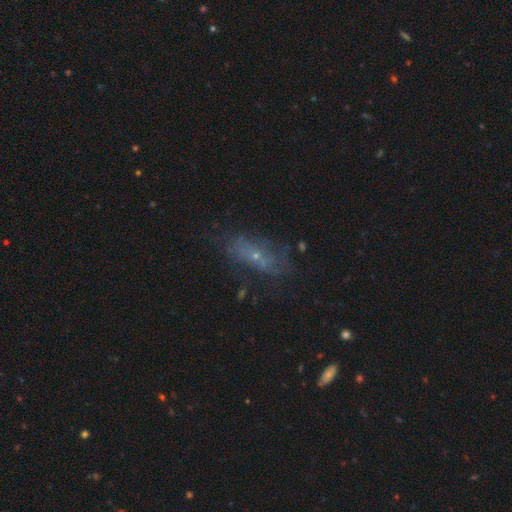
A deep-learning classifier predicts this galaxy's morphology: This appears to be a featured or disk galaxy (48%). Merging: none (59%).